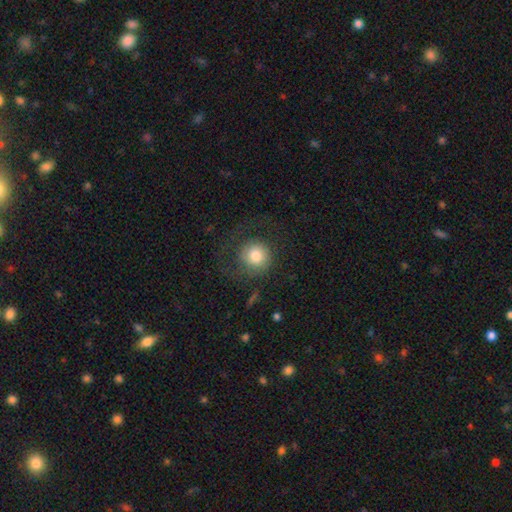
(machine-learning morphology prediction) Smooth or featured? Predicted: smooth (p=0.74). How rounded? Predicted: round (p=0.92). Merging? Predicted: none (p=0.61).